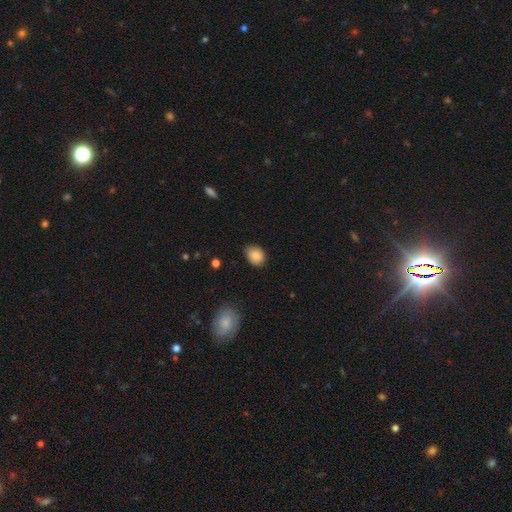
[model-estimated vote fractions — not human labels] The model was most divided on "how rounded": in between: 66%, round: 33%, cigar-shaped: 1%. More confident: smooth or featured — smooth (86%); merging — none (75%).